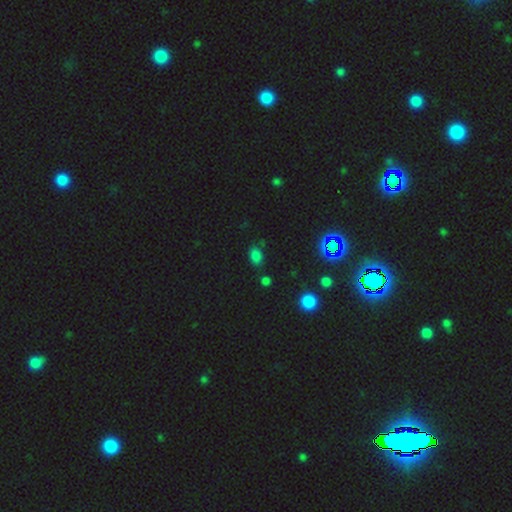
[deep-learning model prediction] This appears to be a smooth galaxy with no disk features (69%) that is in between round and cigar-shaped (80%). Merging: none (76%).